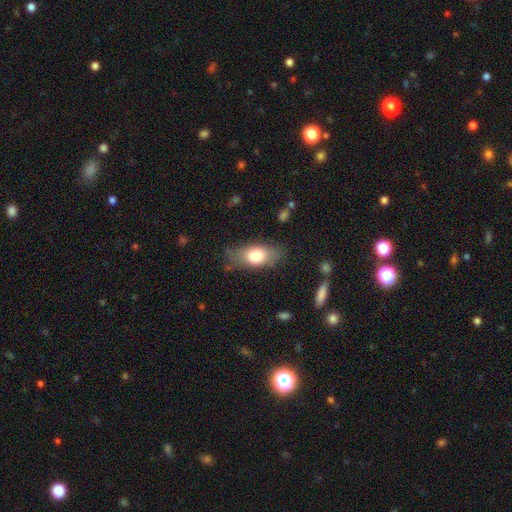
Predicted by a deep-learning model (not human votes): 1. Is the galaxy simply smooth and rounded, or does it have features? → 74% smooth, 19% featured or disk, 7% star or artifact.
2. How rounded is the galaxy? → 84% in between, 9% cigar-shaped, 7% round.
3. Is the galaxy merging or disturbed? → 73% none, 20% minor disturbance, 6% major disturbance, 2% merger.